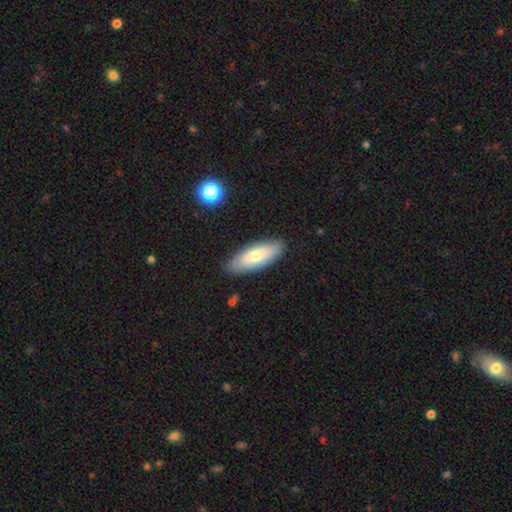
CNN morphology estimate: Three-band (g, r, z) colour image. It shows a smooth galaxy with no disk features (72%) that is in between round and cigar-shaped (73%). Merging: none (87%).